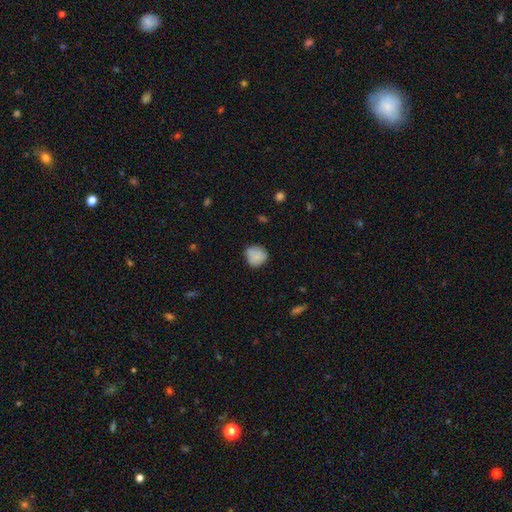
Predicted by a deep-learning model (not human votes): Smooth or featured? Predicted: smooth (p=0.76). How rounded? Predicted: round (p=0.81). Merging? Predicted: none (p=0.62).